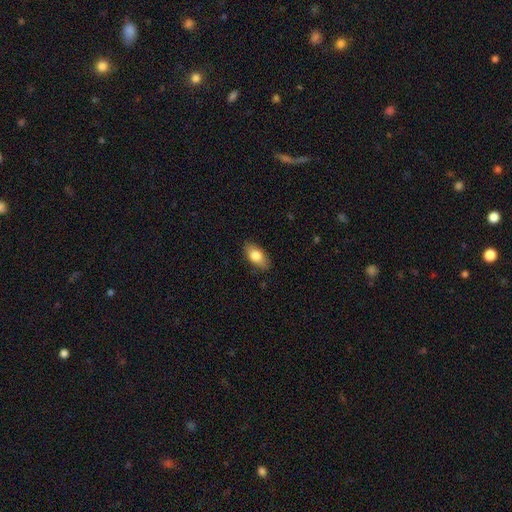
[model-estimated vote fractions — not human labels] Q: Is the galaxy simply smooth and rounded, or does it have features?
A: smooth — 81%.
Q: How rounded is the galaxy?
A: in between — 90%.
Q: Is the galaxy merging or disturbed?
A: none — 84%.